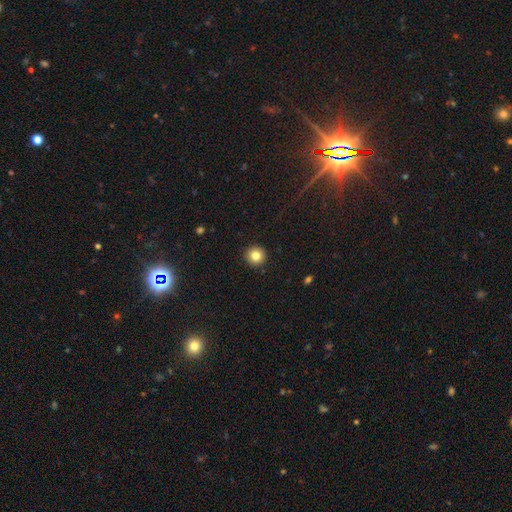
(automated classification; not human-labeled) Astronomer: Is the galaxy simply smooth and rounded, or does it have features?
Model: smooth — 82%.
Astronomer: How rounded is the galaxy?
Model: round — 96%.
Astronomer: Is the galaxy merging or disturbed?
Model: none — 93%.